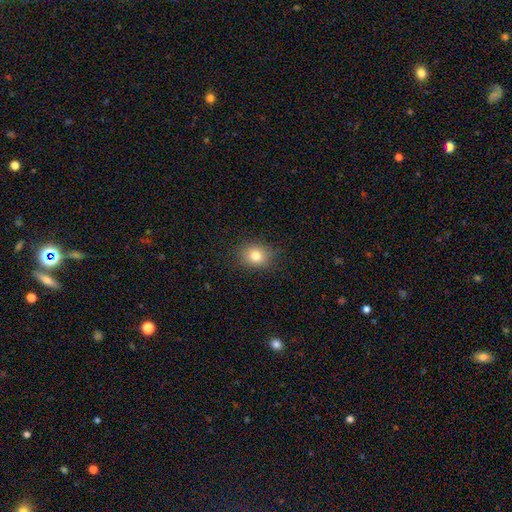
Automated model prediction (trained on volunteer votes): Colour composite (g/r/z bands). It shows a smooth galaxy with no disk features (78%) that is round (60%). Merging: none (86%).